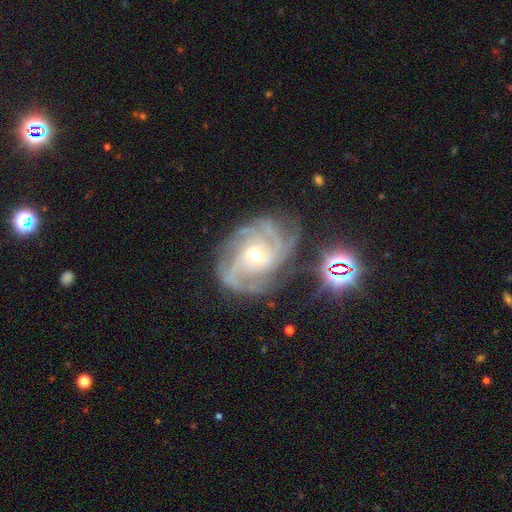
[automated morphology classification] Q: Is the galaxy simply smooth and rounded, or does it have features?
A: featured or disk — 91%.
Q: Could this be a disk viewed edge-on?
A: no — 98%.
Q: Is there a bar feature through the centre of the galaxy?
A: no — 66%.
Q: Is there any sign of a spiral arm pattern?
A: yes — 98%.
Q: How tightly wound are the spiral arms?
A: tight — 56%.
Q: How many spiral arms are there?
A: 3 — 33%.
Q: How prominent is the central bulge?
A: moderate — 57%.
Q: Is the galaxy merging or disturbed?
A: none — 64%.